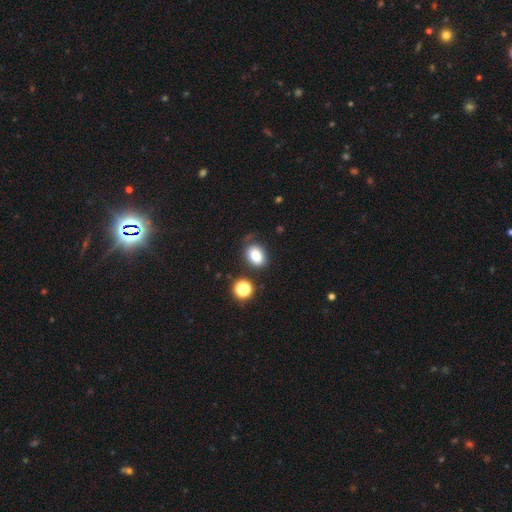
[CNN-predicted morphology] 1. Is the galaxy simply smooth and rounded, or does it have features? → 82% smooth, 11% star or artifact, 7% featured or disk.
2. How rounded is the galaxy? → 71% in between, 28% round, 1% cigar-shaped.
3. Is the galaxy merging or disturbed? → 66% none, 21% minor disturbance, 7% major disturbance, 6% merger.